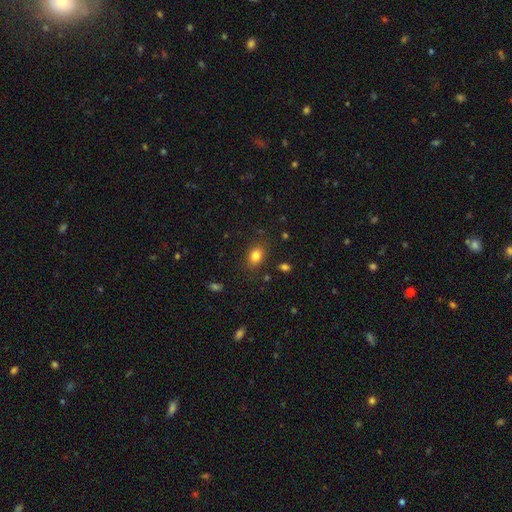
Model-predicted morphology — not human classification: smooth 82%, star or artifact 11%, featured or disk 7%. Down the decision tree: how rounded — in between (73%); merging — none (83%).